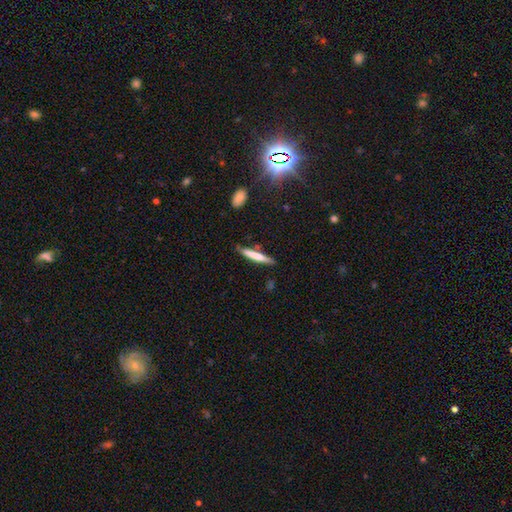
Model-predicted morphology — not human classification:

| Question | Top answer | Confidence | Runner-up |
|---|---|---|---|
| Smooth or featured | smooth | 63% | featured or disk (32%) |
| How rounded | cigar-shaped | 93% | in between (5%) |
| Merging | none | 80% | minor disturbance (14%) |